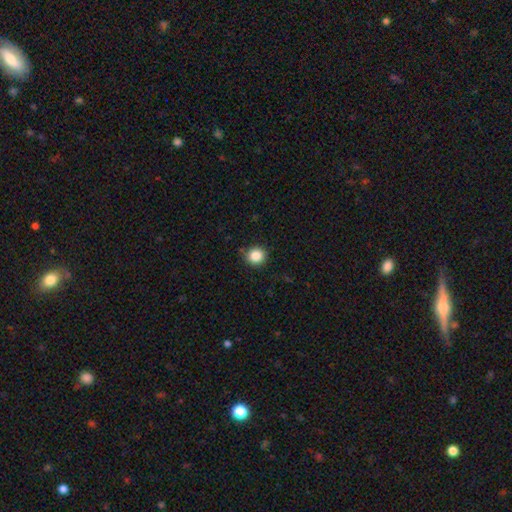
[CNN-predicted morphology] A smooth galaxy with no disk features (86%) that is round (91%). Merging: none (88%).